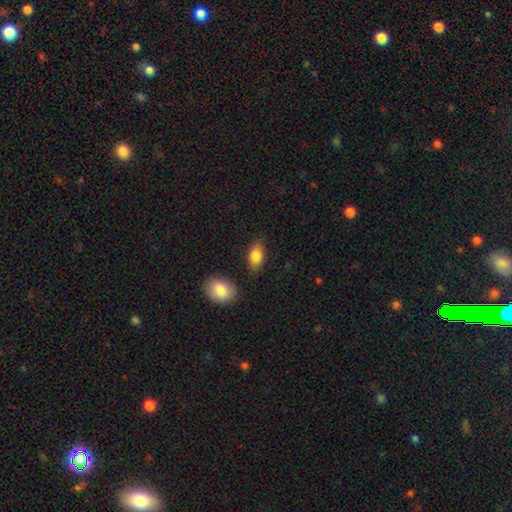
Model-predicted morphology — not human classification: This is clearly a smooth galaxy (85%). How rounded: clearly in between (90%). Merging: clearly none (81%).